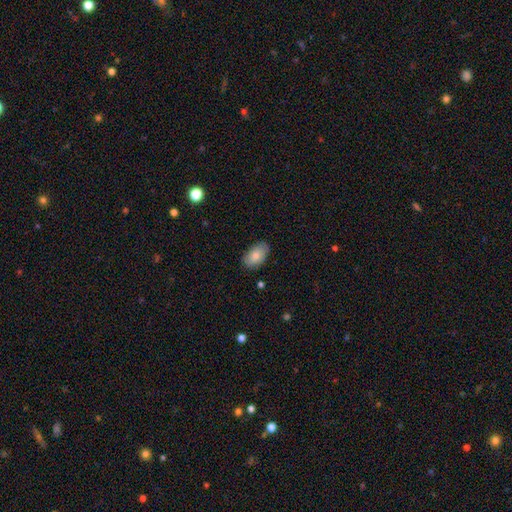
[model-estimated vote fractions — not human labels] This appears to be a smooth galaxy with no disk features (83%) that is in between round and cigar-shaped (94%). Merging: none (84%).